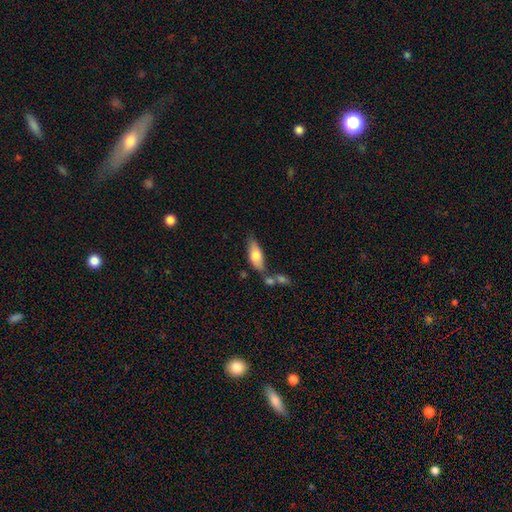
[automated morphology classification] Smooth or featured?
  - smooth: 70% *
  - featured or disk: 24%
  - star or artifact: 6%
How rounded?
  - in between: 74% *
  - cigar-shaped: 24%
  - round: 2%
Merging?
  - none: 52% *
  - merger: 24%
  - minor disturbance: 18%
  - major disturbance: 6%